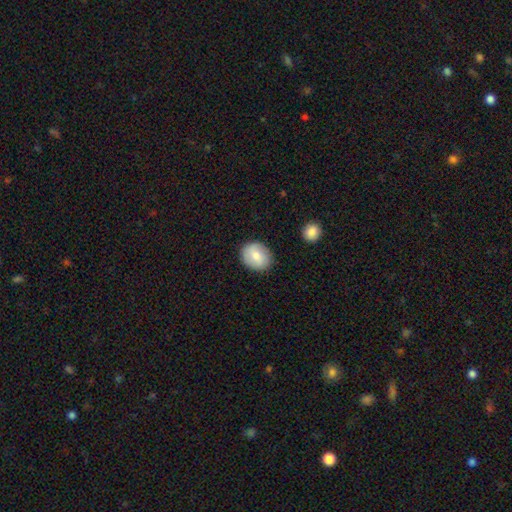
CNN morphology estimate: Overall: smooth (77%). How rounded: round (65%; in between 34%). Merging: none (86%).